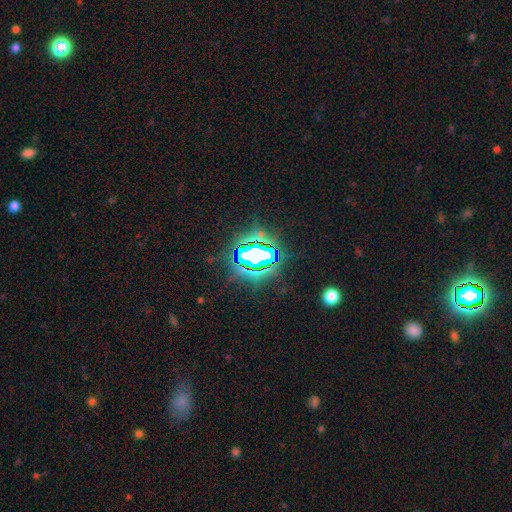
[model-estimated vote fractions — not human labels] Smooth or featured: star or artifact — 77% (smooth — 12%)